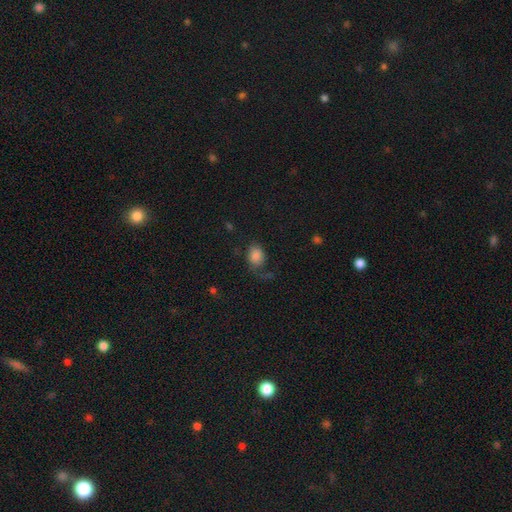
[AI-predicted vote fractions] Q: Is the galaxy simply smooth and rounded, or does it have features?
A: smooth — 79%.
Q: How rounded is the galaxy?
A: in between — 57%.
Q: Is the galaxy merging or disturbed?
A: none — 47%.